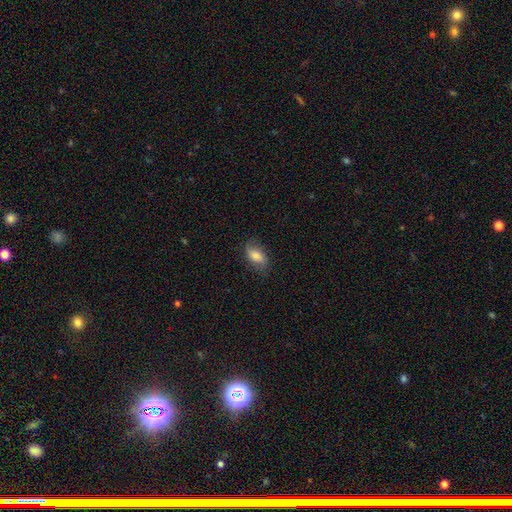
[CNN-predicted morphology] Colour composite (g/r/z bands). It shows a smooth galaxy with no disk features (70%) that is in between round and cigar-shaped (88%). Merging: none (75%).